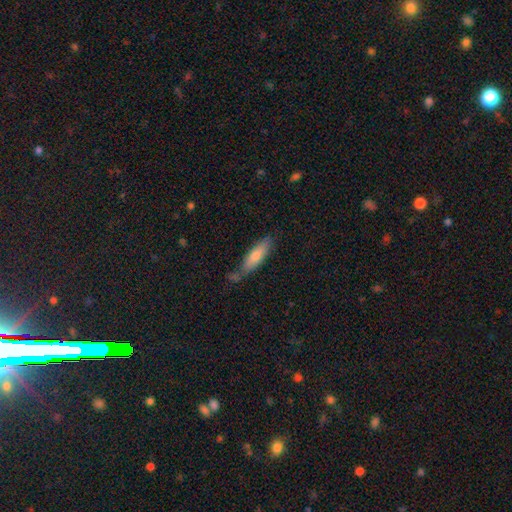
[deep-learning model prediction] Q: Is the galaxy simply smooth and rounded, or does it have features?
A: smooth — 76%.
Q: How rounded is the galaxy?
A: cigar-shaped — 58%.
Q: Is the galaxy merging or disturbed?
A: none — 58%.